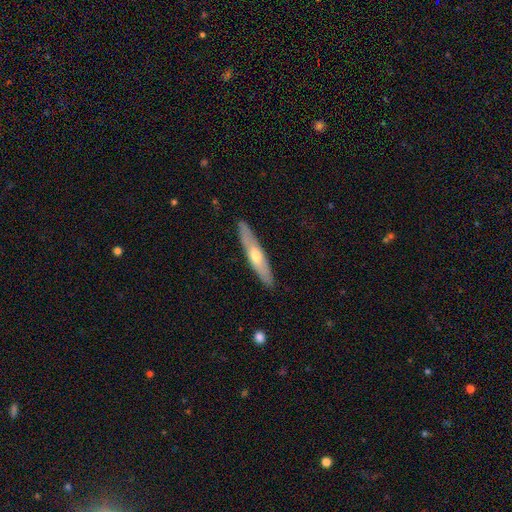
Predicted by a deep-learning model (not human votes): smooth-or-featured: featured or disk: 51% | smooth: 44% | star or artifact: 5%
  disk-edge-on: yes: 80% | no: 20%
  merging: none: 89% | minor disturbance: 8% | major disturbance: 2% | merger: 1%